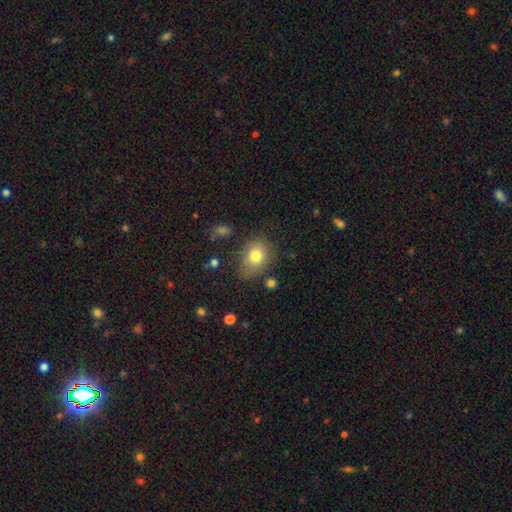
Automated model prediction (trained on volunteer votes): Smooth or featured: smooth — 77% (featured or disk — 13%)
How rounded: in between — 63% (round — 36%)
Merging: none — 66% (minor disturbance — 23%)